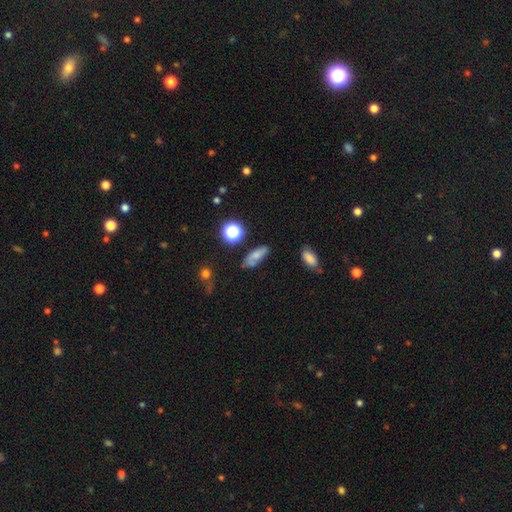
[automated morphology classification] Smooth or featured: smooth — 62% (featured or disk — 24%)
How rounded: in between — 66% (cigar-shaped — 24%)
Merging: none — 65% (minor disturbance — 22%)